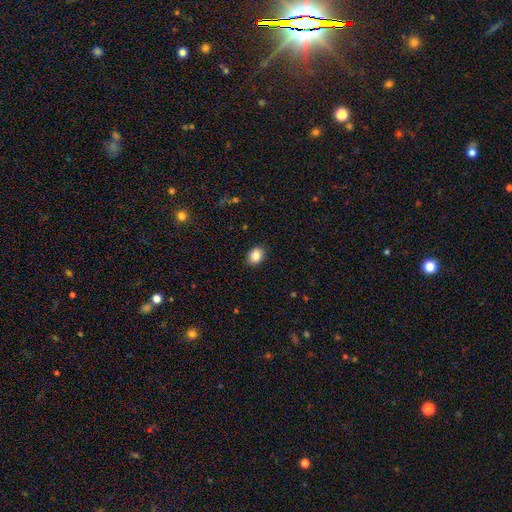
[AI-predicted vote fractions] Morphology: type=smooth (86%); roundness=in between (66%); merging=none (88%).